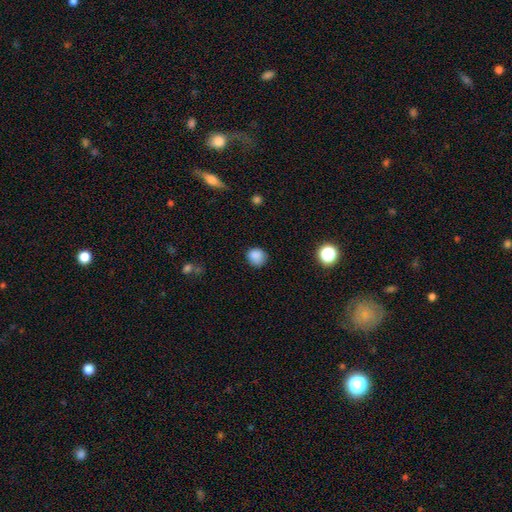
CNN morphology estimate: Q: Smooth or featured?
A: smooth (85%); runner-up: star or artifact (11%)
Q: How rounded?
A: round (83%); runner-up: in between (16%)
Q: Merging?
A: none (78%); runner-up: minor disturbance (17%)